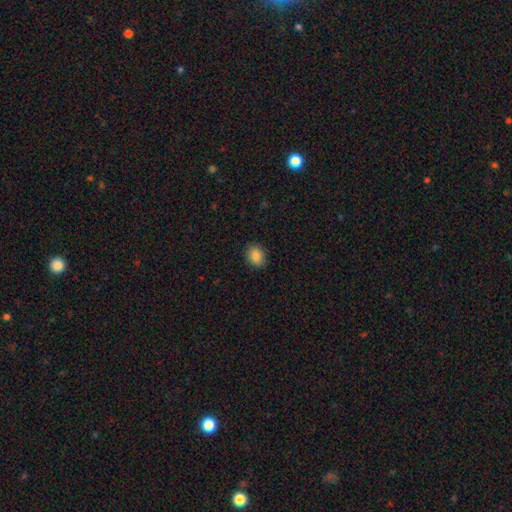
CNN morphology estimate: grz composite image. It shows a smooth galaxy with no disk features (85%) that is in between round and cigar-shaped (53%). Merging: none (89%).